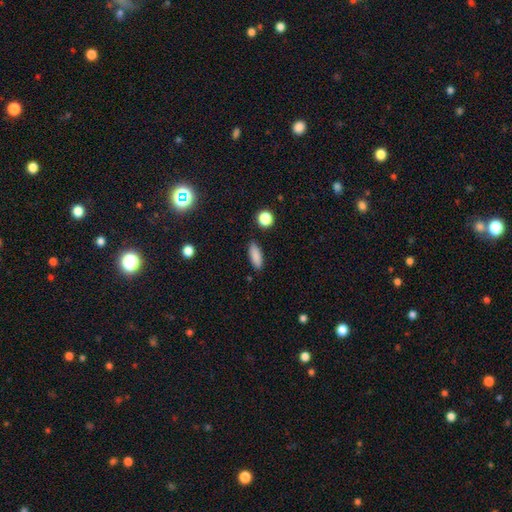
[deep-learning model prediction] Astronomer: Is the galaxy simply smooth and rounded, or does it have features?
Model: smooth — 87%.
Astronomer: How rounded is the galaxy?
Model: in between — 64%.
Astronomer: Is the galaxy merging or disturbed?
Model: none — 88%.